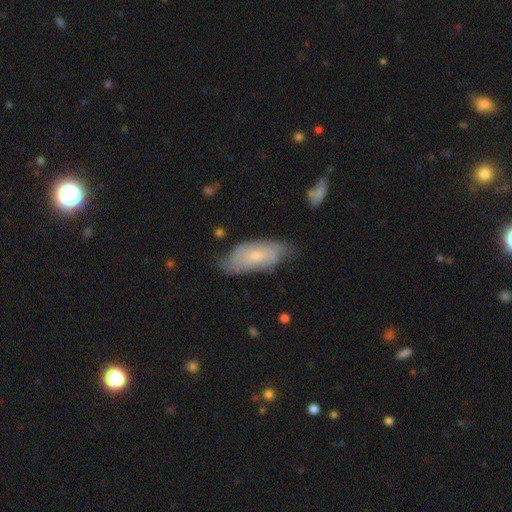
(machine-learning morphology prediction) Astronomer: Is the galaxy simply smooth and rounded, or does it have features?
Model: smooth — 56% (runner-up: featured or disk, 37%).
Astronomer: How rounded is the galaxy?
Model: in between — 85%.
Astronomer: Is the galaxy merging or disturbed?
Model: none — 62%.